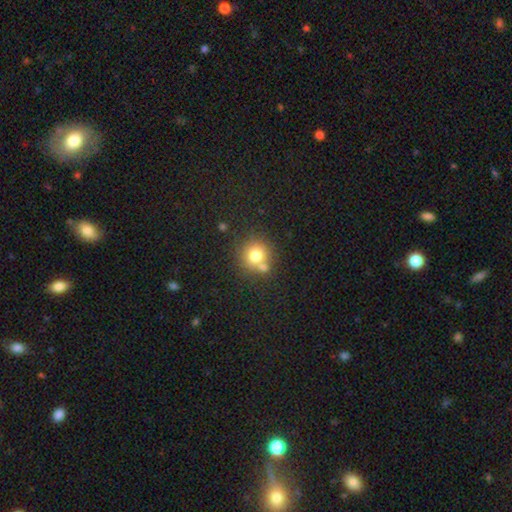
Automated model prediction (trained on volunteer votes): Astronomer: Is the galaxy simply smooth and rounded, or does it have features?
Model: smooth — 76%.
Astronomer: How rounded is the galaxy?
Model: round — 89%.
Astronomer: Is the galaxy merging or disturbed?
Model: none — 60%.